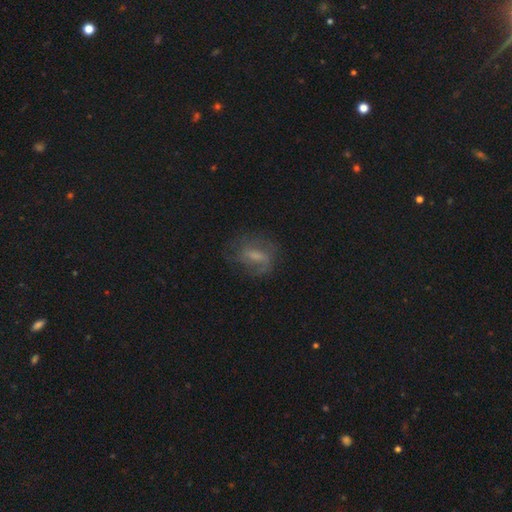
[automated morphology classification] This is possibly a featured or disk galaxy (53%). It is clearly not viewed edge-on (92%). Merging: likely none (64%).